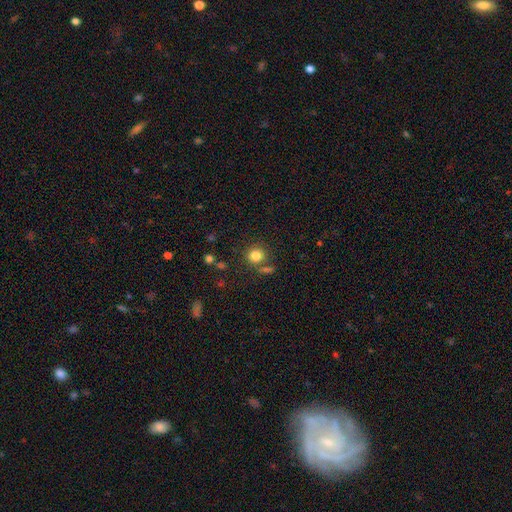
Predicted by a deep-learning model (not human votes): smooth_or_featured: smooth (p=0.82) [alt: star or artifact p=0.12]
how_rounded: round (p=0.87) [alt: in between p=0.12]
merging: none (p=0.75) [alt: merger p=0.11]